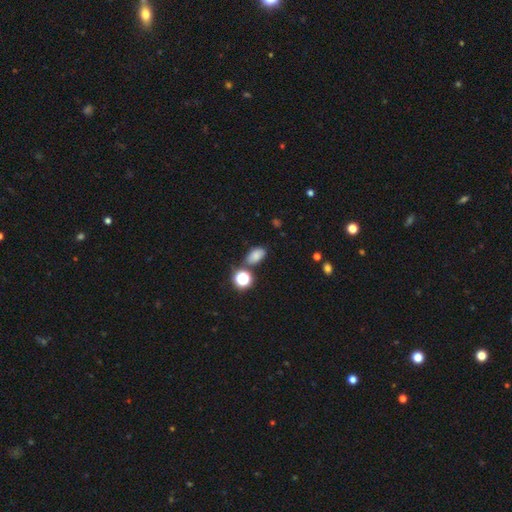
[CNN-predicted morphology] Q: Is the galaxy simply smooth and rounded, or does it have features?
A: smooth — 76%.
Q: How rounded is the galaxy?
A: in between — 86%.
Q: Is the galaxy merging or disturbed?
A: none — 72%.